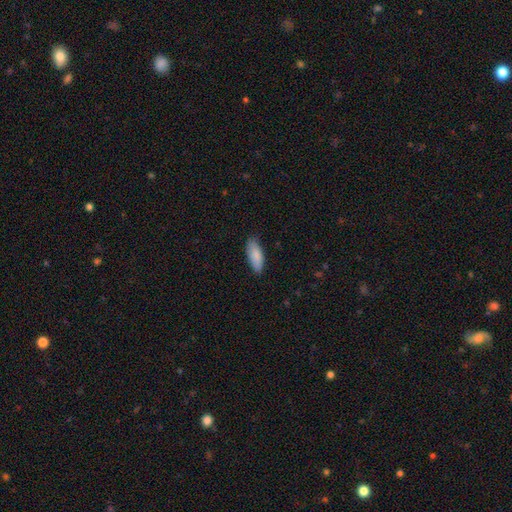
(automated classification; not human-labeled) Overall: smooth (88%). How rounded: in between (75%). Merging: none (83%).